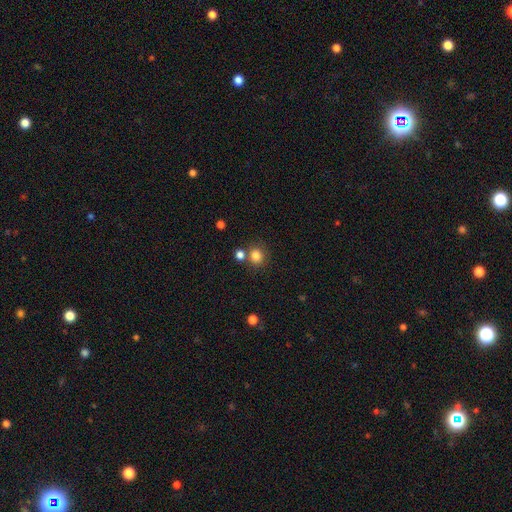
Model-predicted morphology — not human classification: Smooth or featured? smooth (82%)
How rounded? round (84%)
Merging? none (70%)